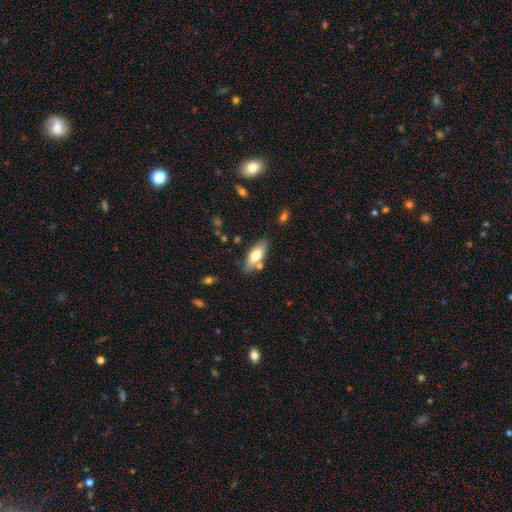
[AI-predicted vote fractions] Q: Smooth or featured?
A: smooth (68%); runner-up: featured or disk (26%)
Q: How rounded?
A: in between (77%); runner-up: cigar-shaped (21%)
Q: Merging?
A: none (74%); runner-up: minor disturbance (15%)